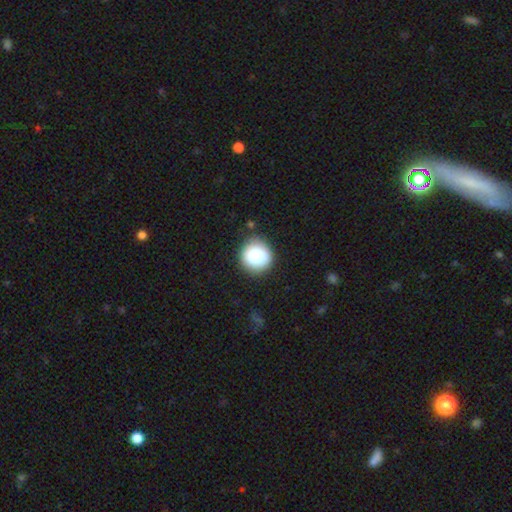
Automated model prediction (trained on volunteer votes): The model was most divided on "merging": none: 82%, minor disturbance: 12%, major disturbance: 4%, merger: 3%. More confident: how rounded — round (90%); smooth or featured — smooth (85%).